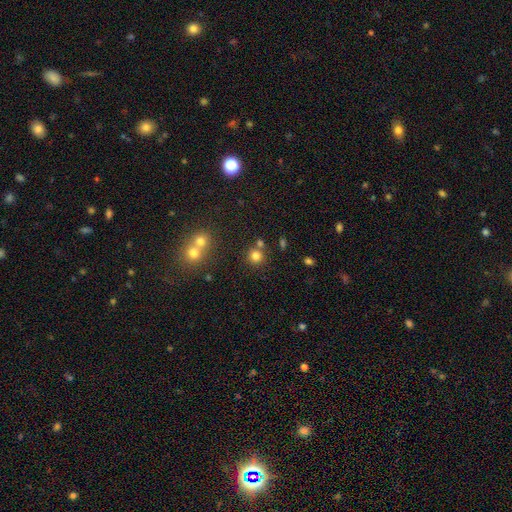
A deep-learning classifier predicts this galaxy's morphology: This appears to be a smooth galaxy with no disk features (78%) that is round (92%). Merging: none (73%).